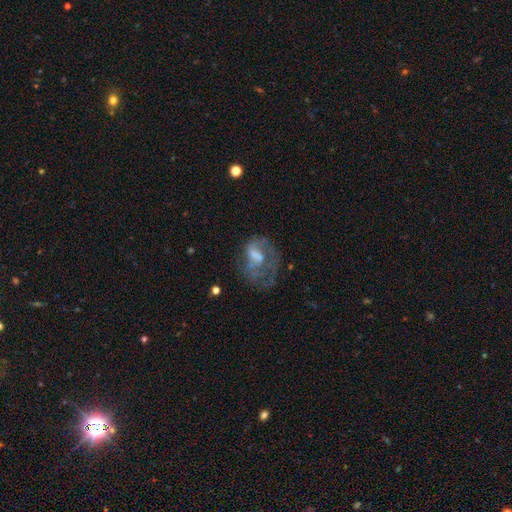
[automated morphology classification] Smooth or featured?
  - featured or disk: 56% *
  - smooth: 32%
  - star or artifact: 12%
Edge-on disk?
  - no: 97% *
  - yes: 3%
Bar?
  - no: 62% *
  - weak: 31%
  - strong: 7%
Spiral arms?
  - no: 60% *
  - yes: 40%
Bulge size?
  - moderate: 38% *
  - small: 26%
  - none: 26%
  - large: 9%
  - dominant: 1%
Merging?
  - major disturbance: 42% *
  - none: 33%
  - minor disturbance: 20%
  - merger: 5%